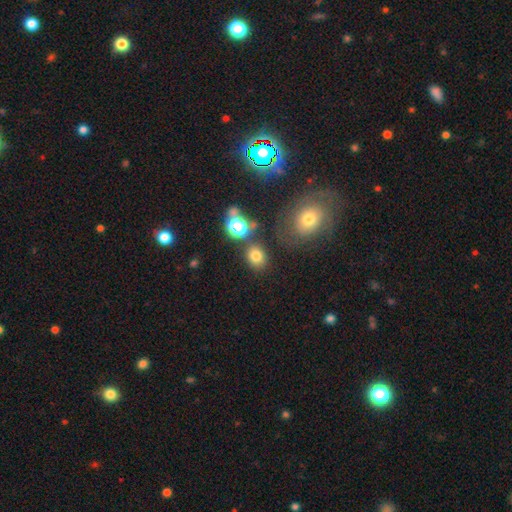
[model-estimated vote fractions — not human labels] Smooth or featured?
  - smooth: 73% *
  - star or artifact: 19%
  - featured or disk: 8%
How rounded?
  - round: 62% *
  - in between: 37%
  - cigar-shaped: 1%
Merging?
  - none: 73% *
  - minor disturbance: 12%
  - merger: 9%
  - major disturbance: 5%